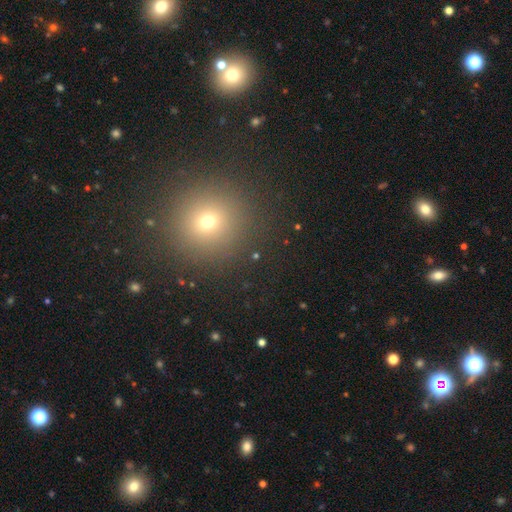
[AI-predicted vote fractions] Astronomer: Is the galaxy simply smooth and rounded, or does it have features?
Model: smooth — 56% (runner-up: star or artifact, 35%).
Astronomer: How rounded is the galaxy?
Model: round — 90%.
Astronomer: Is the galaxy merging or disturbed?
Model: none — 88%.